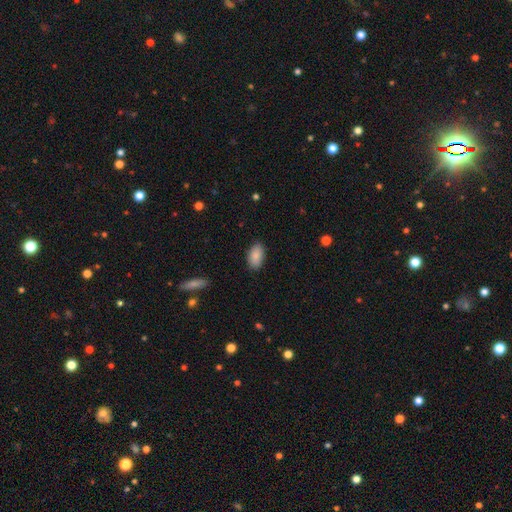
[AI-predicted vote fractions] smooth-or-featured: smooth: 88% | star or artifact: 7% | featured or disk: 5%
  how-rounded: in between: 94% | round: 4% | cigar-shaped: 2%
  merging: none: 85% | minor disturbance: 11% | major disturbance: 2% | merger: 1%